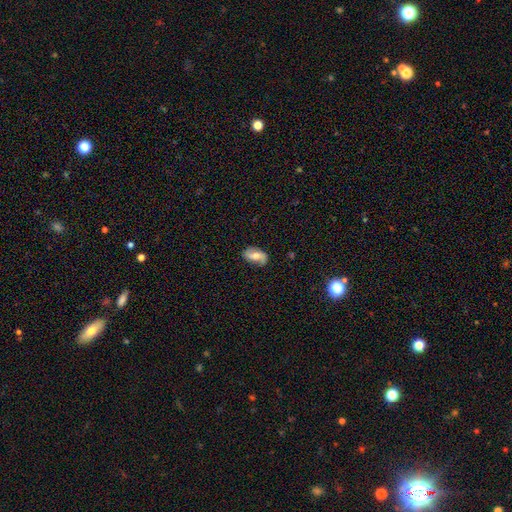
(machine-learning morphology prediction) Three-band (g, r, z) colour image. It shows a featured or disk galaxy (56%) with a weak bar (41%), spiral arms (84%) and a moderate central bulge (65%). Merging: none (77%).